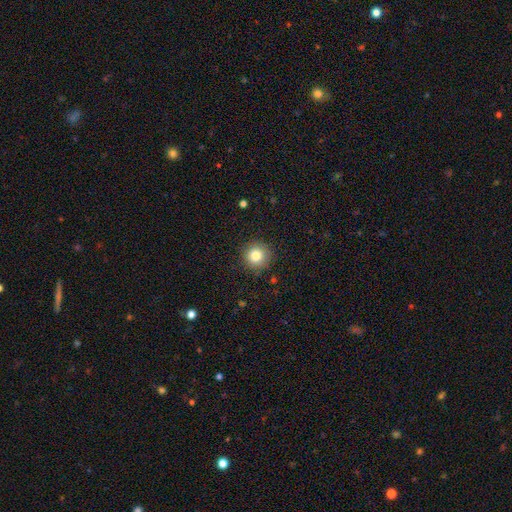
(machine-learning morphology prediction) A smooth galaxy with no disk features (82%) that is round (94%).

Vote fractions:
- Smooth or featured? smooth: 82% / star or artifact: 11% / featured or disk: 7%
- How rounded? round: 94% / in between: 5% / cigar-shaped: 1%
- Merging? none: 89% / minor disturbance: 7% / major disturbance: 2% / merger: 1%